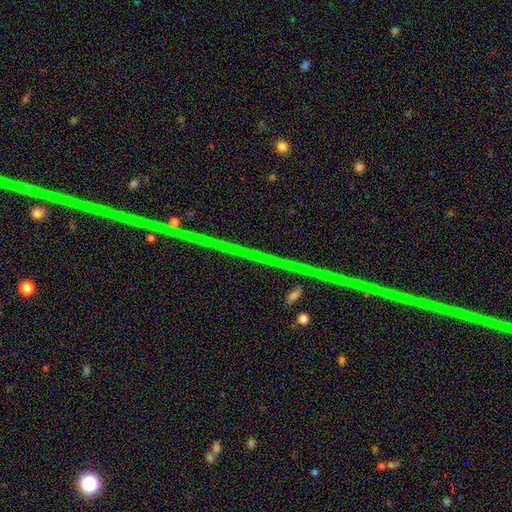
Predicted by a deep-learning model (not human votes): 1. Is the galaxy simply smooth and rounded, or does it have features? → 75% star or artifact, 15% featured or disk, 9% smooth.